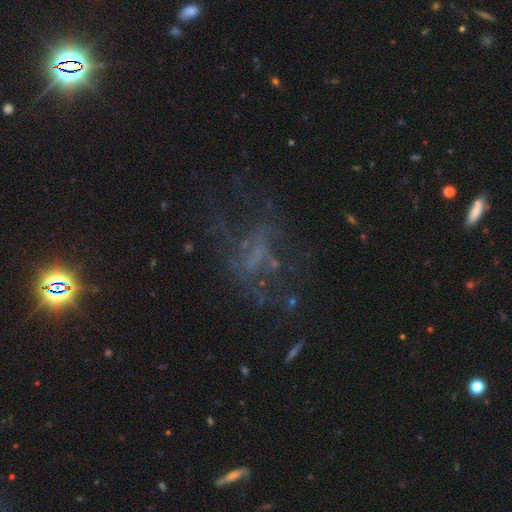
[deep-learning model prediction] Smooth or featured: featured or disk — 50% (star or artifact — 33%)
Merging: none — 47% (major disturbance — 33%)